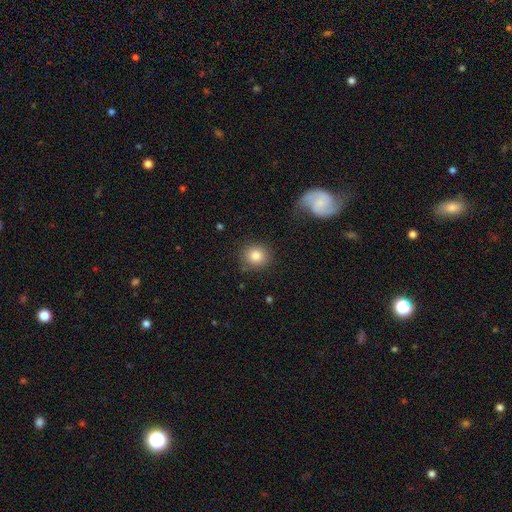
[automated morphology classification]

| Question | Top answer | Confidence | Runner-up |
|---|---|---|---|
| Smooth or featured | smooth | 83% | star or artifact (10%) |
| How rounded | round | 85% | in between (15%) |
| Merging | none | 85% | minor disturbance (9%) |